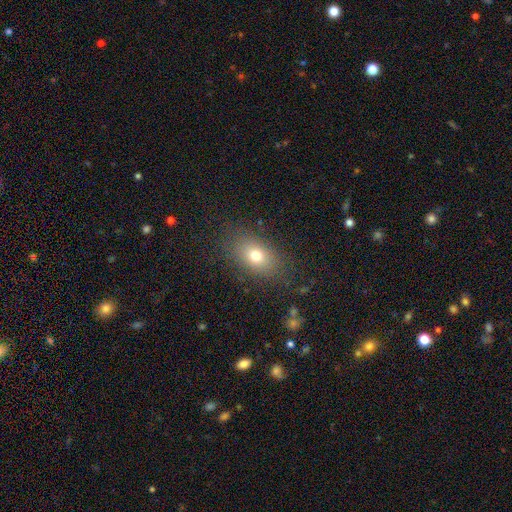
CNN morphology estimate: Smooth or featured? Predicted: smooth (p=0.74). How rounded? Predicted: in between (p=0.80). Merging? Predicted: none (p=0.82).